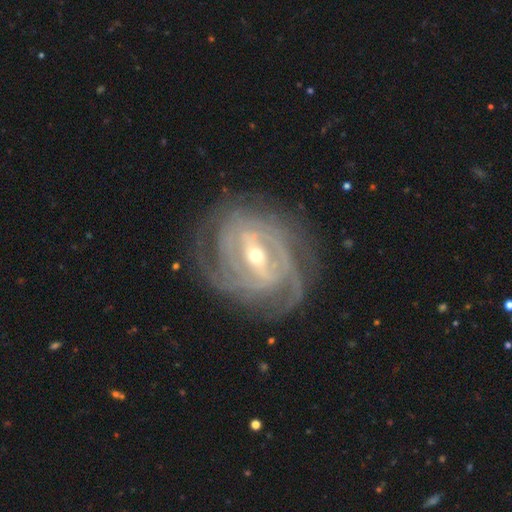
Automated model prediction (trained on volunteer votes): A featured or disk galaxy (91%) with a strong bar (60%), 3 (25%) tight (70%) spiral arms (97%) and a small central bulge (53%).

Vote fractions:
- Smooth or featured? featured or disk: 91% / star or artifact: 5% / smooth: 4%
- Edge-on disk? no: 96% / yes: 4%
- Bar? strong: 60% / weak: 31% / no: 9%
- Spiral arms? yes: 97% / no: 3%
- Spiral winding? tight: 70% / medium: 25% / loose: 5%
- Spiral arm count? 3: 25% / can't tell: 22% / 4: 20% / 2: 19% / more than 4: 7% / 1: 6%
- Bulge size? small: 53% / moderate: 44% / large: 2% / none: 1% / dominant: 1%
- Merging? none: 75% / minor disturbance: 15% / major disturbance: 8% / merger: 1%